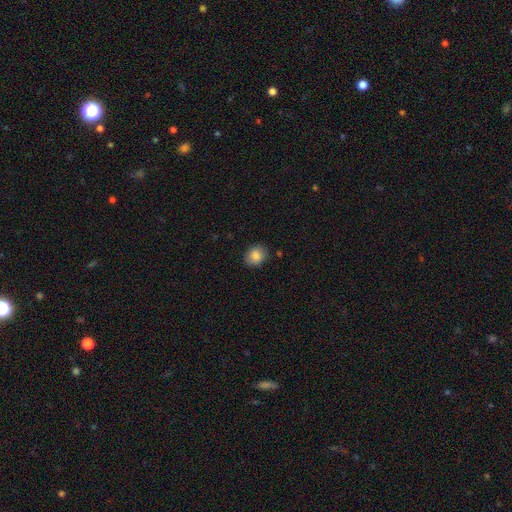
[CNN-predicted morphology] Smooth or featured: smooth — 86% (star or artifact — 9%)
How rounded: round — 55% (in between — 44%)
Merging: none — 85% (minor disturbance — 11%)